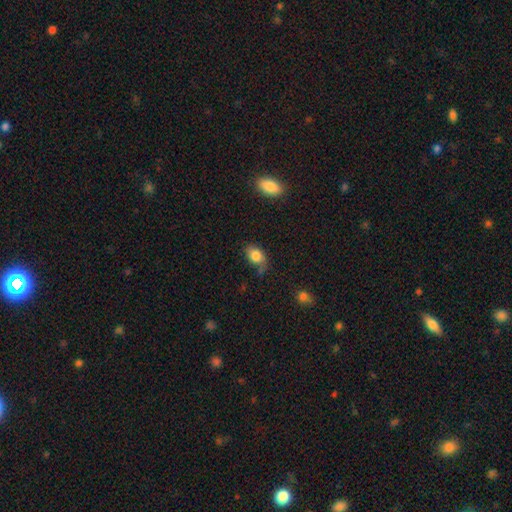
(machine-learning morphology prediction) smooth_or_featured: smooth (p=0.83) [alt: featured or disk p=0.09]
how_rounded: in between (p=0.81) [alt: round p=0.17]
merging: none (p=0.57) [alt: minor disturbance p=0.28]